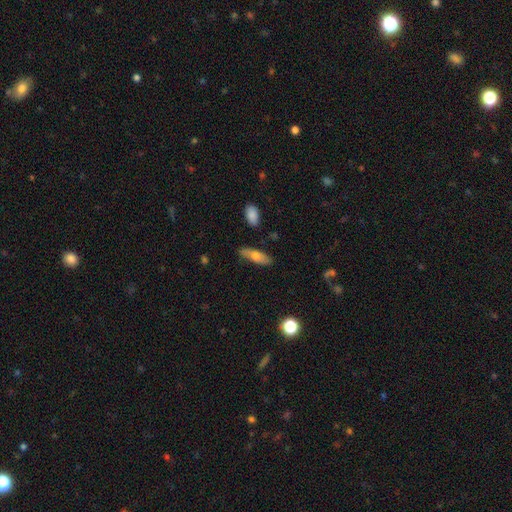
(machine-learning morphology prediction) Overall: smooth (70%). How rounded: in between (53%; cigar-shaped 44%). Merging: none (79%).